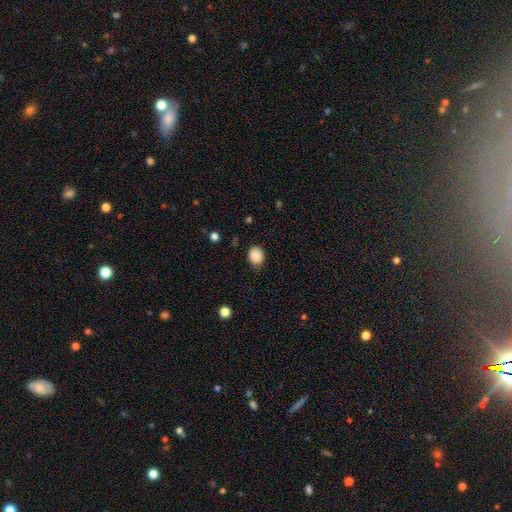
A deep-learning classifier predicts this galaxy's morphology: This appears to be a smooth galaxy with no disk features (88%) that is round (63%). Merging: none (74%).